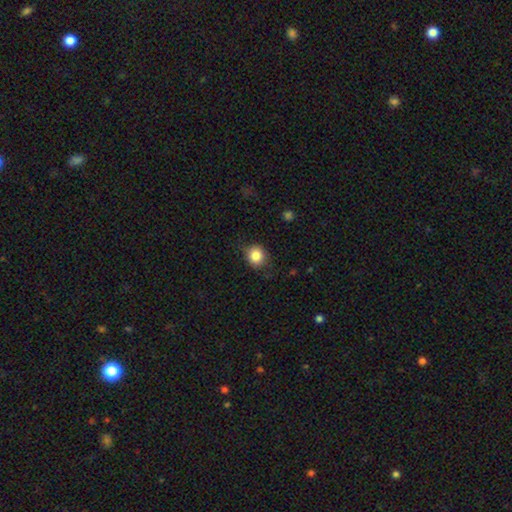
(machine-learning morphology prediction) smooth-or-featured: smooth: 84% | star or artifact: 10% | featured or disk: 6%
  how-rounded: round: 78% | in between: 21% | cigar-shaped: 1%
  merging: none: 77% | minor disturbance: 17% | major disturbance: 4% | merger: 1%